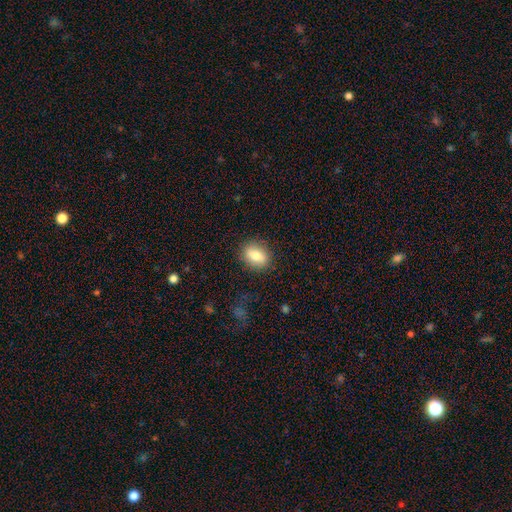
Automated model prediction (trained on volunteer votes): smooth_or_featured: smooth (p=0.76) [alt: featured or disk p=0.15]
how_rounded: in between (p=0.56) [alt: round p=0.42]
merging: none (p=0.86) [alt: minor disturbance p=0.10]